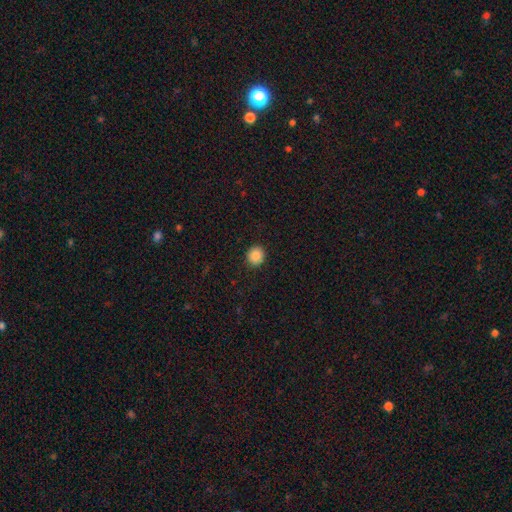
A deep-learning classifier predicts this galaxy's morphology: Q: Smooth or featured?
A: smooth (88%); runner-up: star or artifact (9%)
Q: How rounded?
A: round (85%); runner-up: in between (14%)
Q: Merging?
A: none (92%); runner-up: minor disturbance (6%)